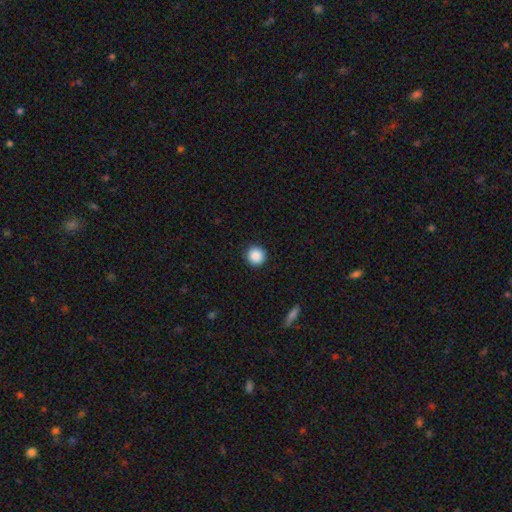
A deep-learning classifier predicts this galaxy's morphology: smooth_or_featured: smooth (p=0.88) [alt: star or artifact p=0.09]
how_rounded: round (p=0.95) [alt: in between p=0.04]
merging: none (p=0.92) [alt: minor disturbance p=0.05]